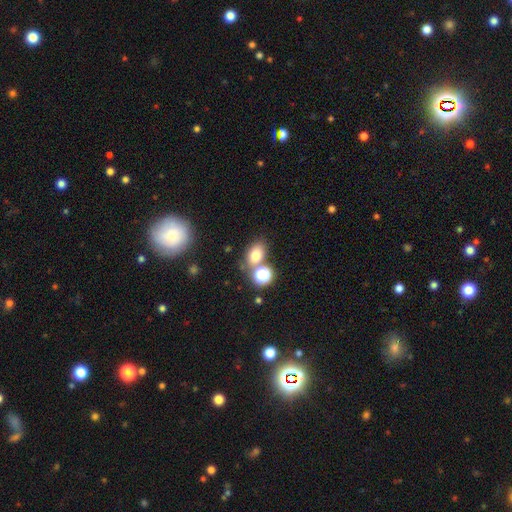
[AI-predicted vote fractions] The model was most divided on "how rounded": in between: 65%, round: 34%, cigar-shaped: 1%. More confident: smooth or featured — smooth (73%); merging — none (61%).